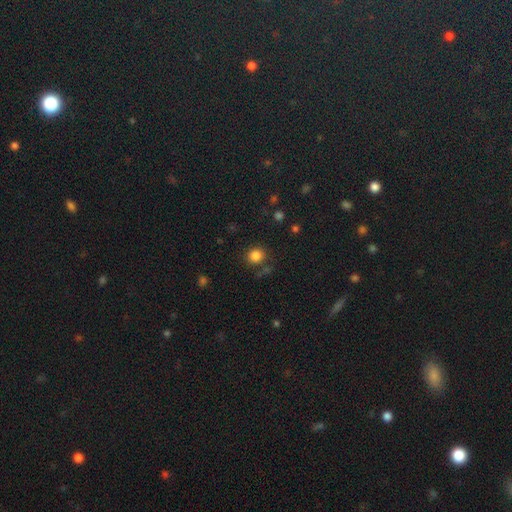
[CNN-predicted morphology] Q: Smooth or featured?
A: smooth (83%); runner-up: star or artifact (12%)
Q: How rounded?
A: round (86%); runner-up: in between (13%)
Q: Merging?
A: none (81%); runner-up: minor disturbance (9%)